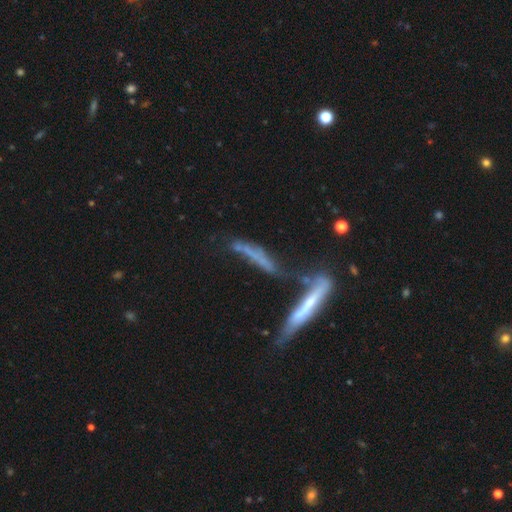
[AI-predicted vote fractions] featured or disk 51%, smooth 36%, star or artifact 13%. Down the decision tree: edge-on disk — yes (71%); merging — merger (35%).